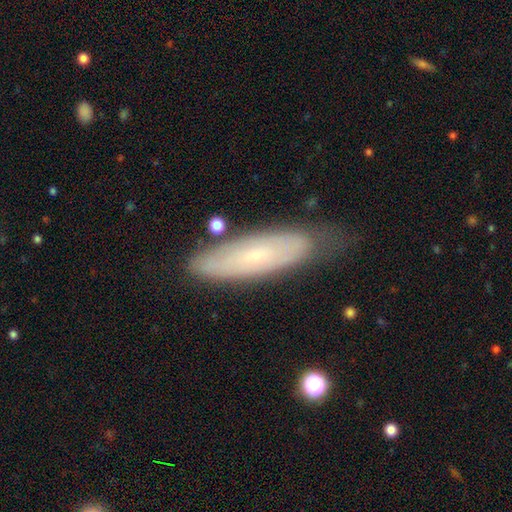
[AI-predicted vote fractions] A smooth galaxy with no disk features (47%).

Vote fractions:
- Smooth or featured? smooth: 47% / featured or disk: 46% / star or artifact: 7%
- Merging? none: 66% / minor disturbance: 25% / major disturbance: 6% / merger: 3%